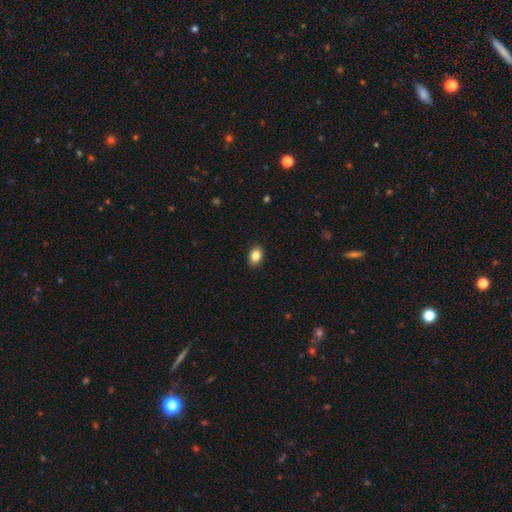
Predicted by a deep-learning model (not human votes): Overall: smooth (86%). How rounded: in between (77%). Merging: none (90%).